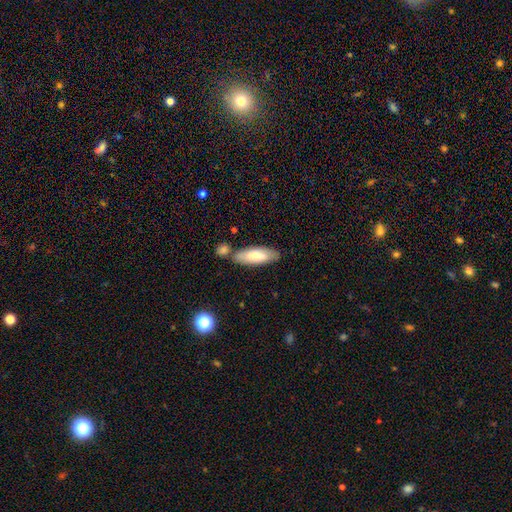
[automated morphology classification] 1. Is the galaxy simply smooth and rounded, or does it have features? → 72% smooth, 23% featured or disk, 6% star or artifact.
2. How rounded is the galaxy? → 56% in between, 43% cigar-shaped, 2% round.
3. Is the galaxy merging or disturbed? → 69% none, 14% minor disturbance, 14% merger, 3% major disturbance.